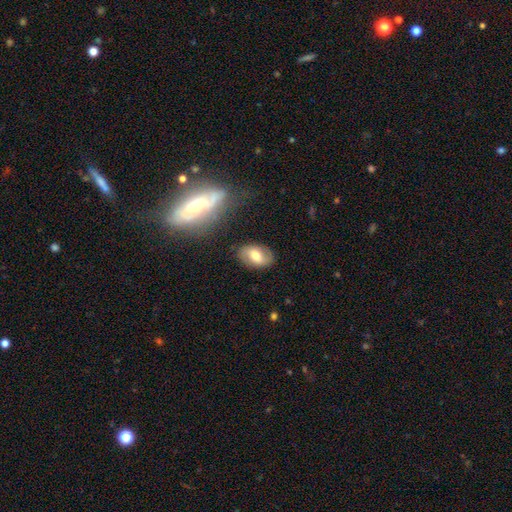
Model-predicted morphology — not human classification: smooth 53%, featured or disk 38%, star or artifact 8%. Down the decision tree: how rounded — in between (88%); merging — none (81%).